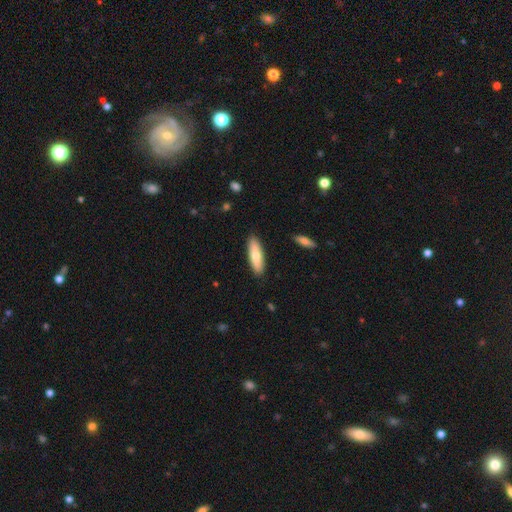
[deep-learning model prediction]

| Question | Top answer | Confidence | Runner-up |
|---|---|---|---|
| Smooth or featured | smooth | 72% | featured or disk (23%) |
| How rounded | cigar-shaped | 57% | in between (41%) |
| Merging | none | 89% | minor disturbance (8%) |